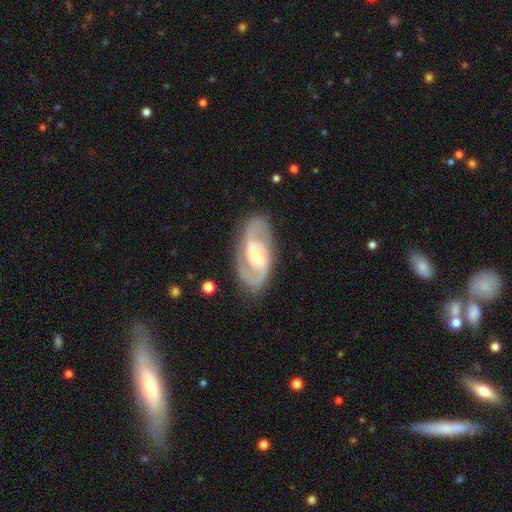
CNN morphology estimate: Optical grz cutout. It shows a featured or disk galaxy (88%) with a weak bar (51%), 2 (90%) medium (57%) spiral arms (96%) and a moderate central bulge (47%). Merging: none (80%).